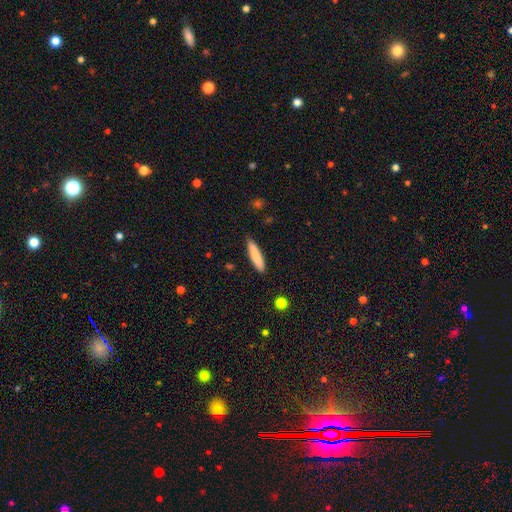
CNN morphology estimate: type=smooth (82%); roundness=cigar-shaped (85%); merging=none (87%).